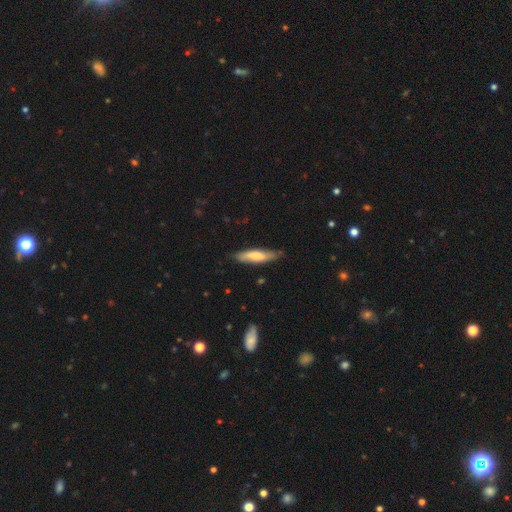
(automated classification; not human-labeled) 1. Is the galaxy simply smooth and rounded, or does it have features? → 61% smooth, 34% featured or disk, 6% star or artifact.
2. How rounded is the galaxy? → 74% cigar-shaped, 24% in between, 2% round.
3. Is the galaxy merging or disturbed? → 78% none, 18% minor disturbance, 3% major disturbance, 2% merger.